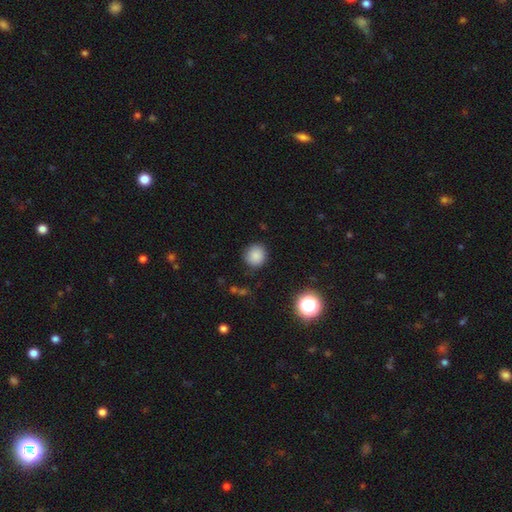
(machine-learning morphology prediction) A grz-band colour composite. It shows a smooth galaxy with no disk features (84%) that is round (86%). Merging: none (87%).